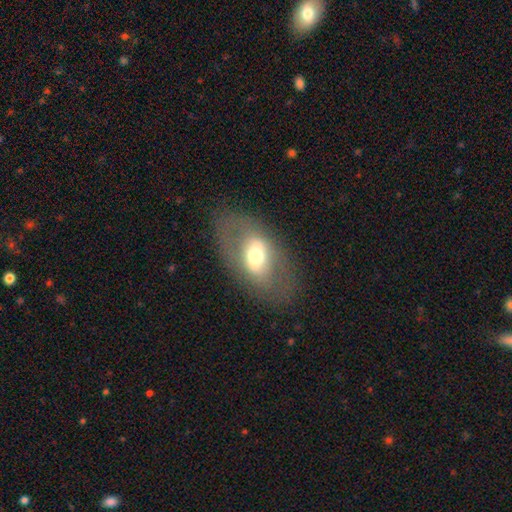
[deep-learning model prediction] Smooth or featured? featured or disk (48%)
Merging? none (76%)